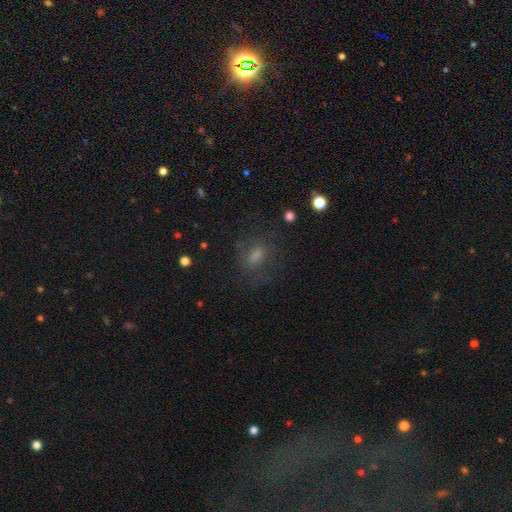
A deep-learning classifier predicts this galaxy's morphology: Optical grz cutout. It shows a smooth galaxy with no disk features (60%) that is in between round and cigar-shaped (71%). Merging: none (64%).